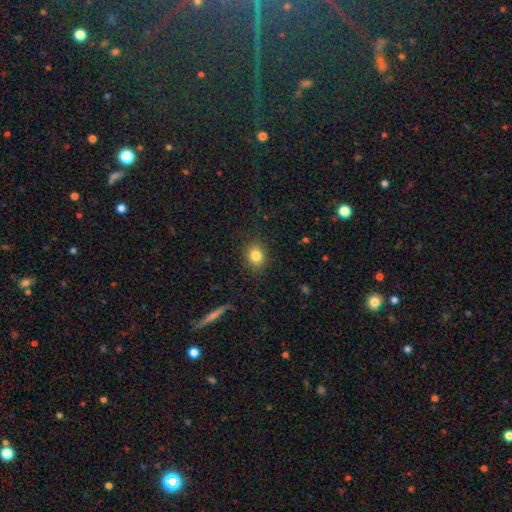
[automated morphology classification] Overall: smooth (81%). How rounded: round (66%; in between 33%). Merging: none (85%).